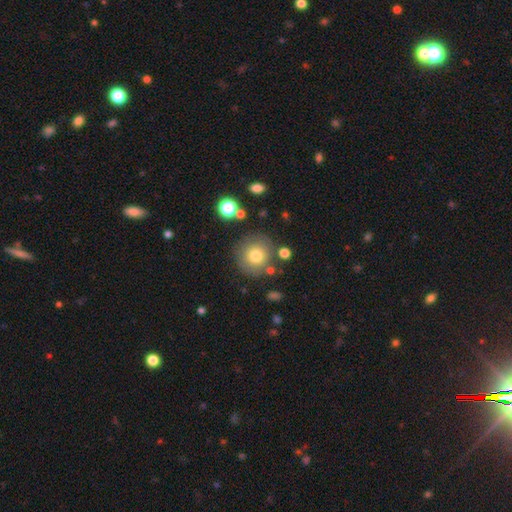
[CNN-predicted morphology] Smooth or featured? Predicted: smooth (p=0.75). How rounded? Predicted: round (p=0.93). Merging? Predicted: none (p=0.79).